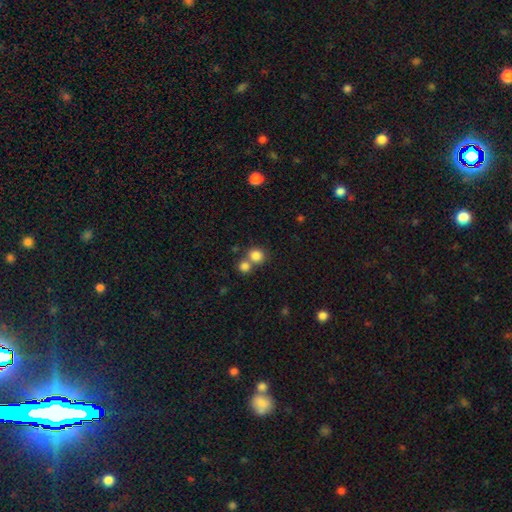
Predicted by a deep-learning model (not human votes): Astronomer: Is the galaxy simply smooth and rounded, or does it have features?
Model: smooth — 82%.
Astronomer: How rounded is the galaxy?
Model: round — 86%.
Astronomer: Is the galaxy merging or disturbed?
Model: none — 51% (runner-up: merger, 39%).